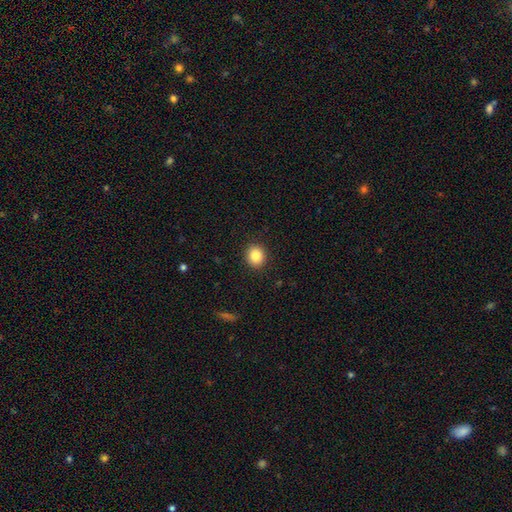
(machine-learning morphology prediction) This appears to be a smooth galaxy with no disk features (85%) that is round (78%). Merging: none (91%).